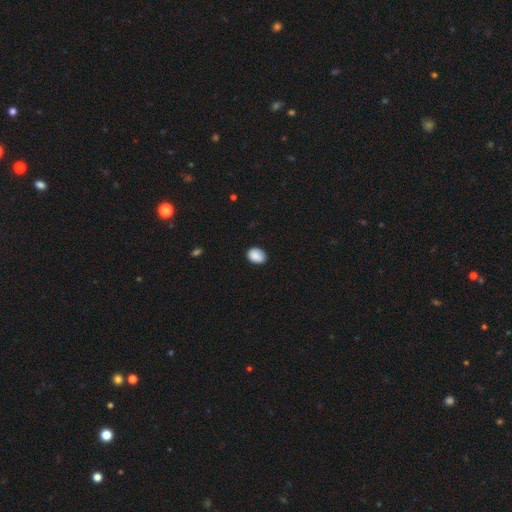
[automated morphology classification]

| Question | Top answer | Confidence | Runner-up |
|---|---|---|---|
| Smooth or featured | smooth | 89% | star or artifact (7%) |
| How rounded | in between | 70% | round (29%) |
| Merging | none | 84% | minor disturbance (13%) |